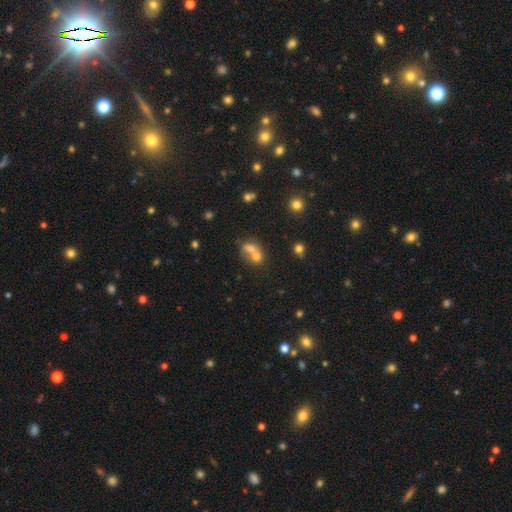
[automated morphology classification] Overall: smooth (66%). How rounded: in between (49%; round 48%). Merging: merger (65%).